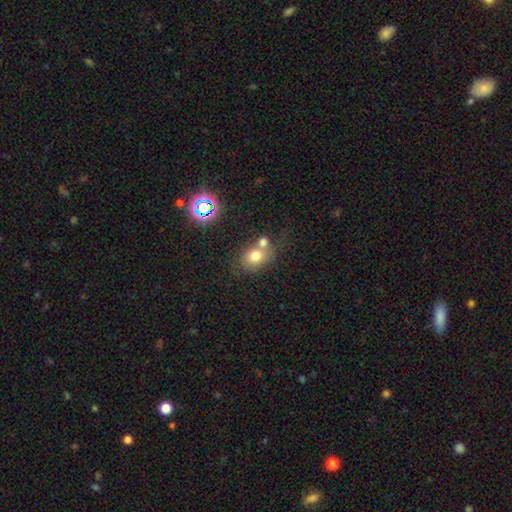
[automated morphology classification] The model was most divided on "how rounded": round: 50%, in between: 49%, cigar-shaped: 1%. Remaining: smooth or featured — smooth (72%); merging — merger (43%).